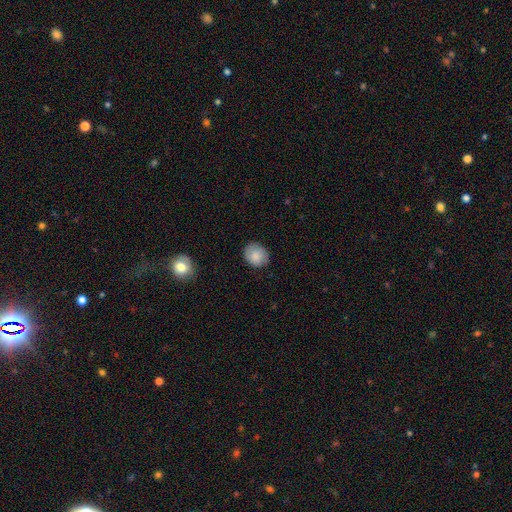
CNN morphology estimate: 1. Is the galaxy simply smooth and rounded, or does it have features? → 84% smooth, 9% featured or disk, 7% star or artifact.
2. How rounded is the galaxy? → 65% round, 34% in between, 1% cigar-shaped.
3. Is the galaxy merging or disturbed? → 81% none, 15% minor disturbance, 3% major disturbance, 1% merger.